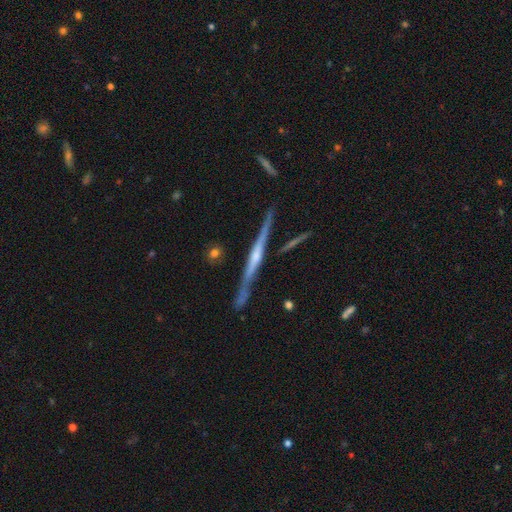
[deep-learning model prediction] Smooth or featured? featured or disk (83%)
Edge-on disk? yes (98%)
Edge-on bulge? rounded (65%)
Merging? none (84%)